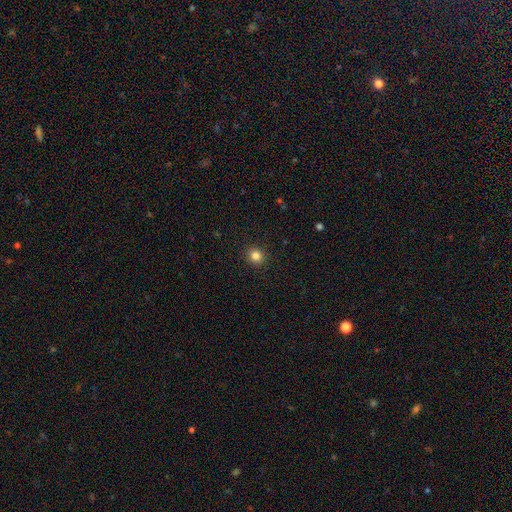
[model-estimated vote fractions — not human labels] Smooth or featured: smooth — 83% (star or artifact — 12%)
How rounded: round — 88% (in between — 11%)
Merging: none — 92% (minor disturbance — 5%)